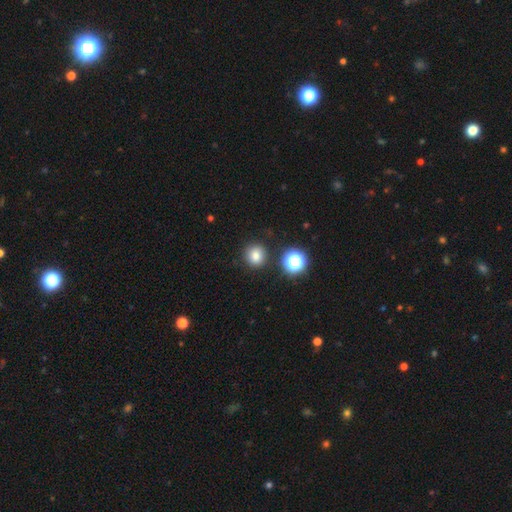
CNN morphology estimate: smooth_or_featured: smooth (p=0.77) [alt: star or artifact p=0.16]
how_rounded: round (p=0.91) [alt: in between p=0.08]
merging: none (p=0.86) [alt: minor disturbance p=0.07]